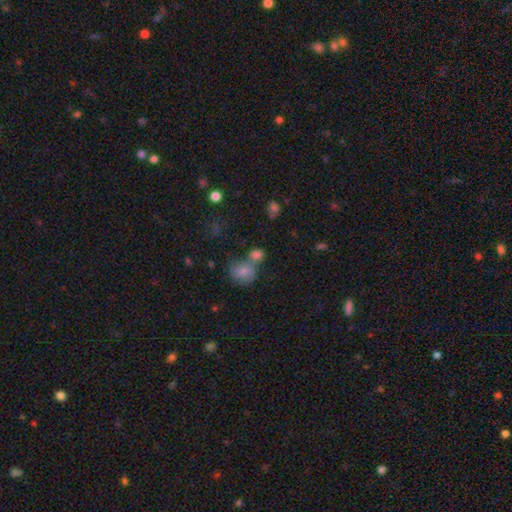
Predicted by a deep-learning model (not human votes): smooth_or_featured: smooth (p=0.68) [alt: star or artifact p=0.16]
how_rounded: round (p=0.61) [alt: in between p=0.37]
merging: none (p=0.45) [alt: merger p=0.38]